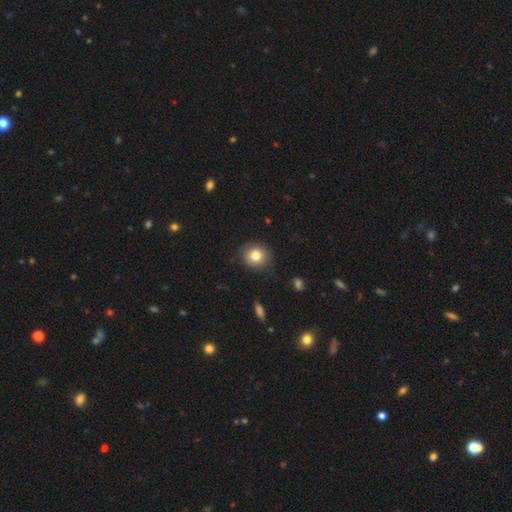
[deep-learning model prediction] This is clearly a smooth galaxy (81%). How rounded: clearly round (81%). Merging: clearly none (87%).